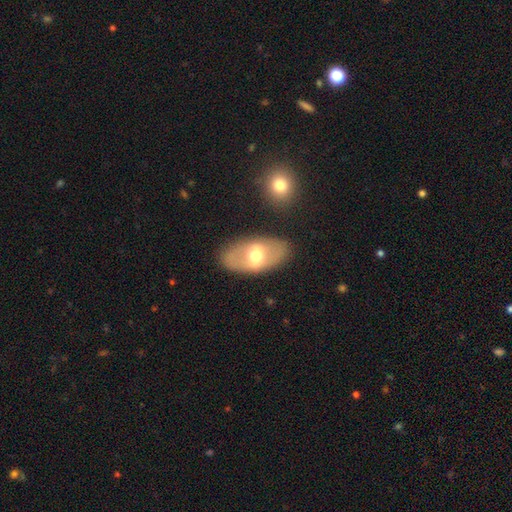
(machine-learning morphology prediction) smooth_or_featured: featured or disk (p=0.50) [alt: smooth p=0.43]
disk_edge_on: no (p=0.85) [alt: yes p=0.15]
merging: none (p=0.82) [alt: minor disturbance p=0.11]